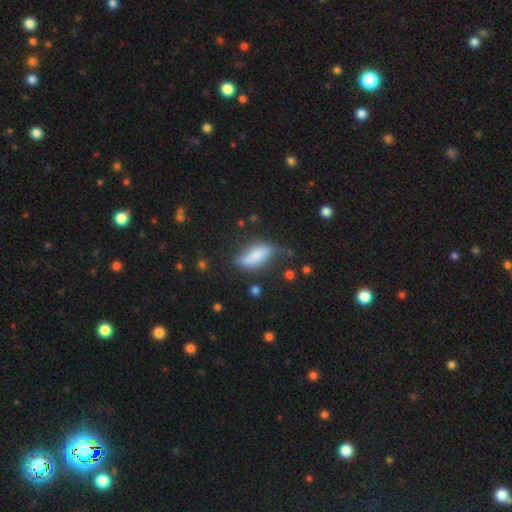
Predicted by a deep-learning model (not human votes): A smooth galaxy with no disk features (62%) that is in between round and cigar-shaped (69%). Merging: none (44%).